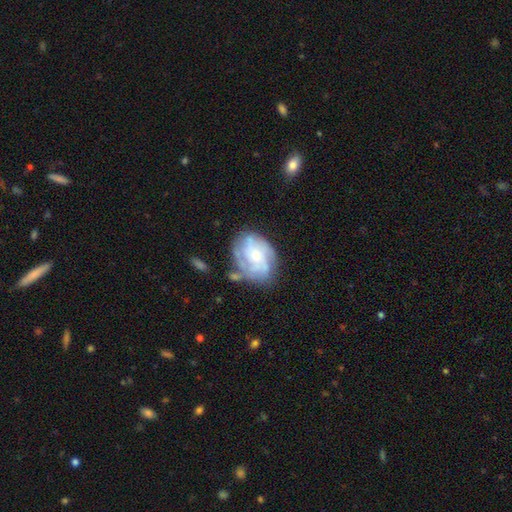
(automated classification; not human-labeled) smooth_or_featured: featured or disk (p=0.72) [alt: smooth p=0.21]
disk_edge_on: no (p=0.97) [alt: yes p=0.03]
bar: no (p=0.76) [alt: weak p=0.21]
has_spiral_arms: yes (p=0.85) [alt: no p=0.15]
spiral_winding: tight (p=0.55) [alt: medium p=0.32]
spiral_arm_count: can't tell (p=0.39) [alt: 4 p=0.21]
bulge_size: small (p=0.58) [alt: moderate p=0.36]
merging: none (p=0.61) [alt: minor disturbance p=0.22]